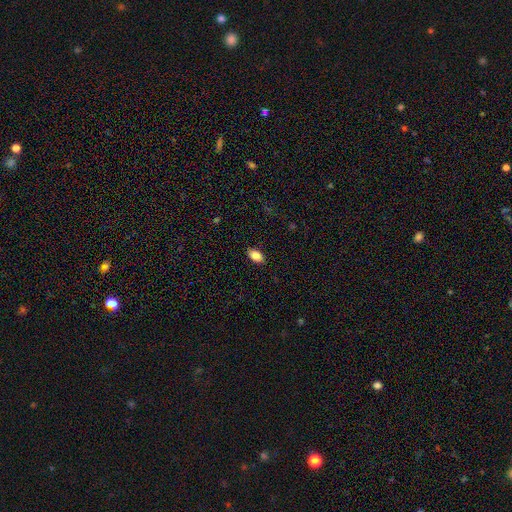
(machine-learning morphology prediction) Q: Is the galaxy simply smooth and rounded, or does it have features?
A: smooth — 85%.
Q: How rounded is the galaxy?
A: in between — 91%.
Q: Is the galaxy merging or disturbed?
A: none — 89%.